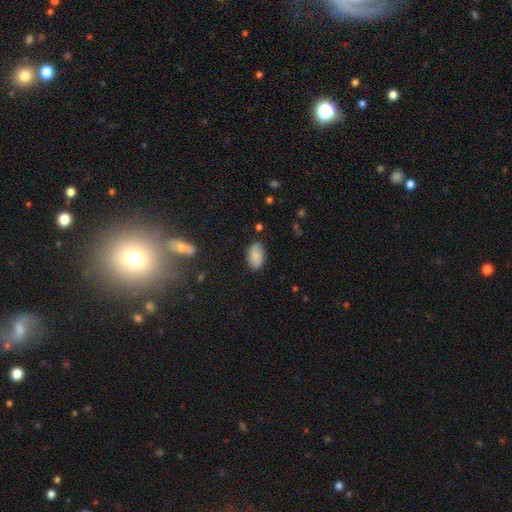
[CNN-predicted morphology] smooth_or_featured: smooth (p=0.77) [alt: featured or disk p=0.15]
how_rounded: in between (p=0.92) [alt: round p=0.06]
merging: none (p=0.81) [alt: minor disturbance p=0.14]